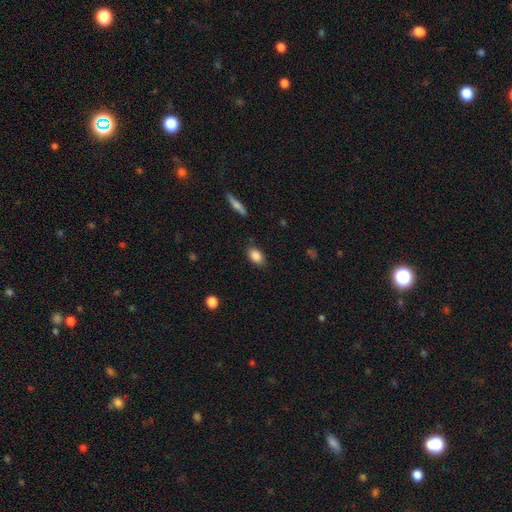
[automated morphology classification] A smooth galaxy with no disk features (86%) that is in between round and cigar-shaped (87%).

Vote fractions:
- Smooth or featured? smooth: 86% / star or artifact: 8% / featured or disk: 6%
- How rounded? in between: 87% / round: 10% / cigar-shaped: 3%
- Merging? none: 84% / minor disturbance: 12% / major disturbance: 3% / merger: 2%